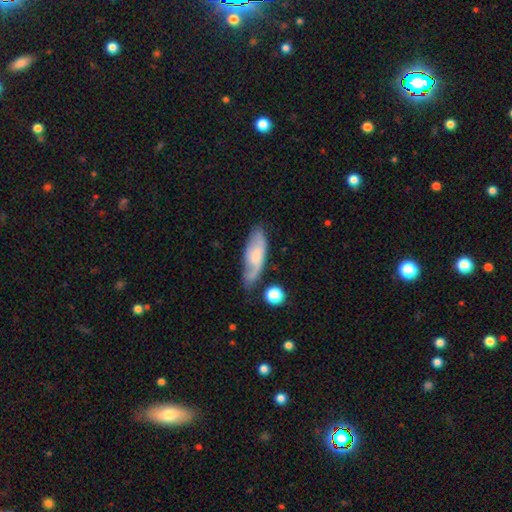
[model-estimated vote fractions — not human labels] Smooth or featured?
  - featured or disk: 51% *
  - smooth: 42%
  - star or artifact: 7%
Edge-on disk?
  - no: 82% *
  - yes: 18%
Merging?
  - none: 56% *
  - minor disturbance: 27%
  - major disturbance: 11%
  - merger: 6%